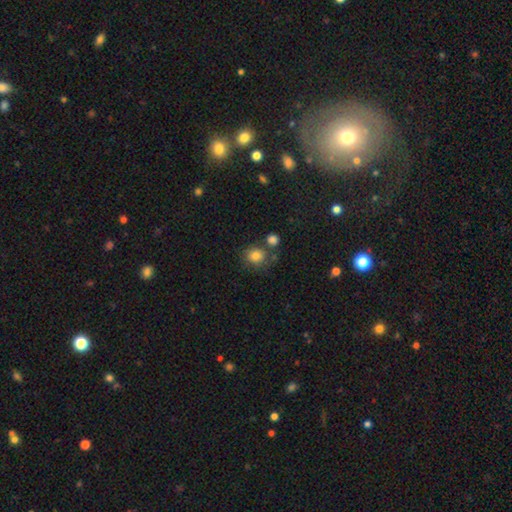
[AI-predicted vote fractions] A smooth galaxy with no disk features (81%) that is round (80%).

Vote fractions:
- Smooth or featured? smooth: 81% / star or artifact: 11% / featured or disk: 8%
- How rounded? round: 80% / in between: 20% / cigar-shaped: 1%
- Merging? none: 68% / merger: 15% / minor disturbance: 13% / major disturbance: 4%